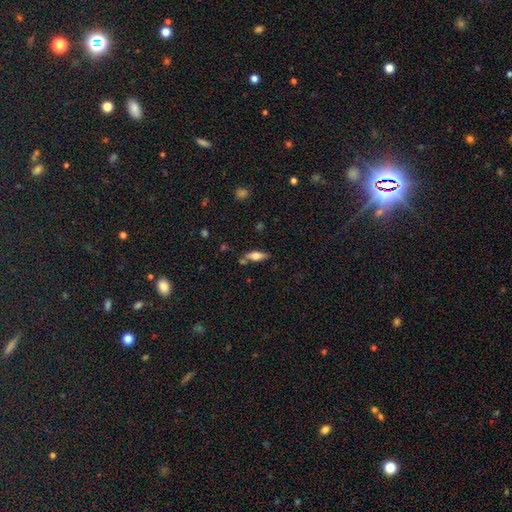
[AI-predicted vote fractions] Q: Smooth or featured?
A: smooth (60%); runner-up: featured or disk (32%)
Q: How rounded?
A: in between (61%); runner-up: cigar-shaped (36%)
Q: Merging?
A: none (71%); runner-up: minor disturbance (15%)